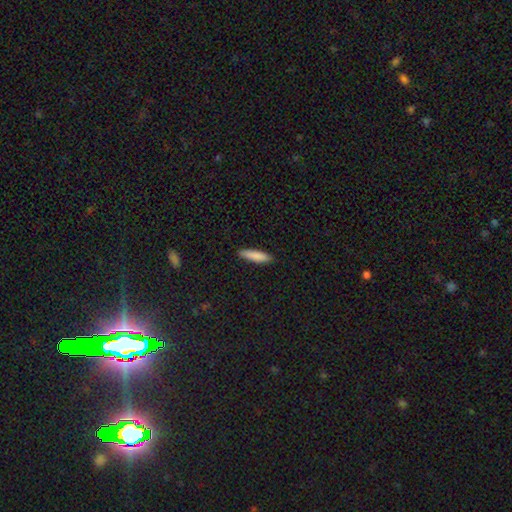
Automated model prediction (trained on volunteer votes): smooth_or_featured: smooth (p=0.86) [alt: featured or disk p=0.08]
how_rounded: cigar-shaped (p=0.77) [alt: in between p=0.22]
merging: none (p=0.90) [alt: minor disturbance p=0.07]